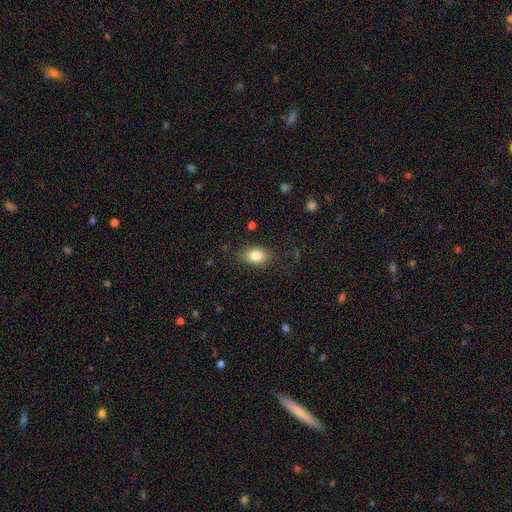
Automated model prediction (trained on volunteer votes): Smooth or featured?
  - smooth: 83% *
  - star or artifact: 9%
  - featured or disk: 8%
How rounded?
  - in between: 82% *
  - round: 17%
  - cigar-shaped: 1%
Merging?
  - none: 85% *
  - minor disturbance: 11%
  - major disturbance: 3%
  - merger: 1%